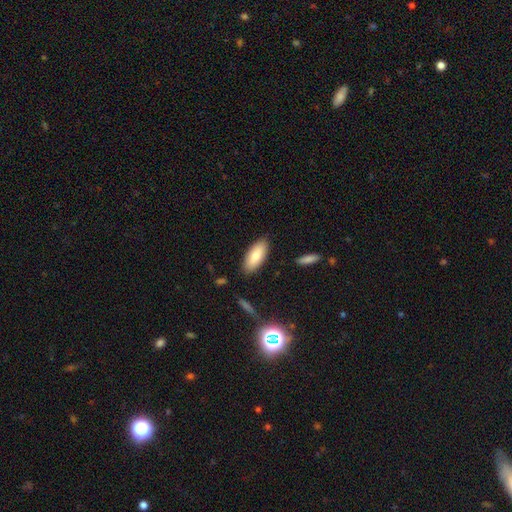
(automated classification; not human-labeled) Overall: smooth (81%). How rounded: in between (85%). Merging: none (85%).